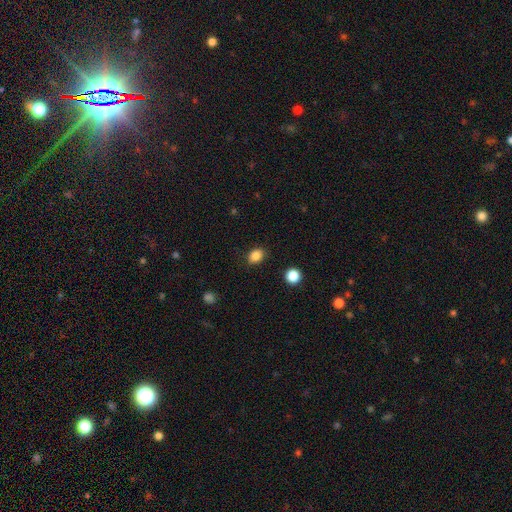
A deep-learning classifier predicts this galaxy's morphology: Overall: smooth (86%). How rounded: in between (57%; round 42%). Merging: none (87%).